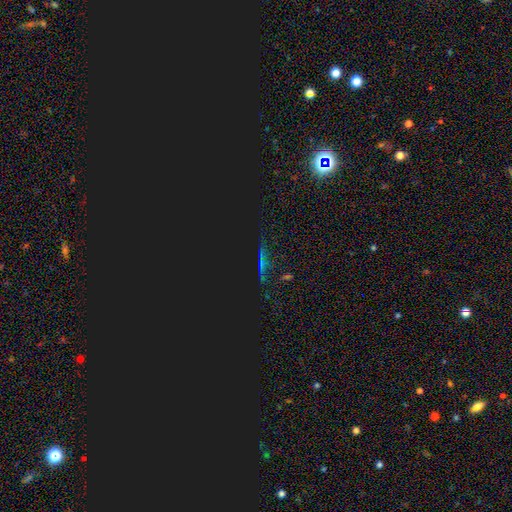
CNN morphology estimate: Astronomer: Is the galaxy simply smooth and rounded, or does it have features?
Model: star or artifact — 69%.